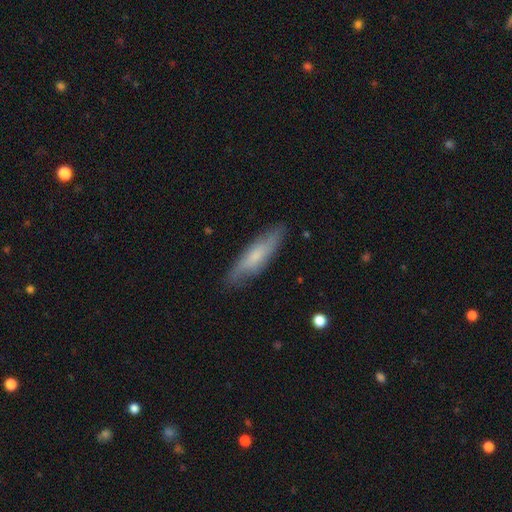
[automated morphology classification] Smooth or featured? smooth (57%)
How rounded? cigar-shaped (70%)
Merging? none (82%)